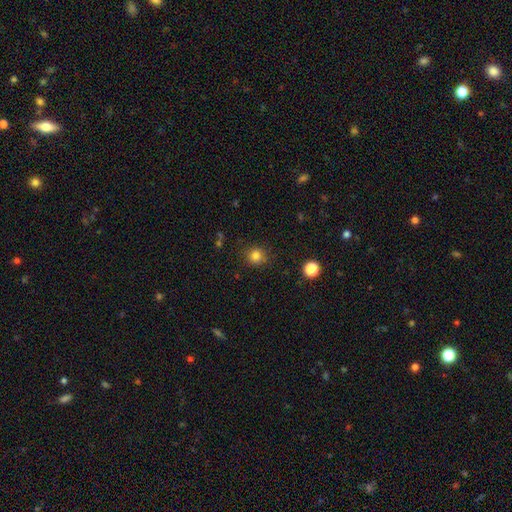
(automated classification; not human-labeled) This is clearly a smooth galaxy (82%). How rounded: clearly round (88%). Merging: clearly none (86%).